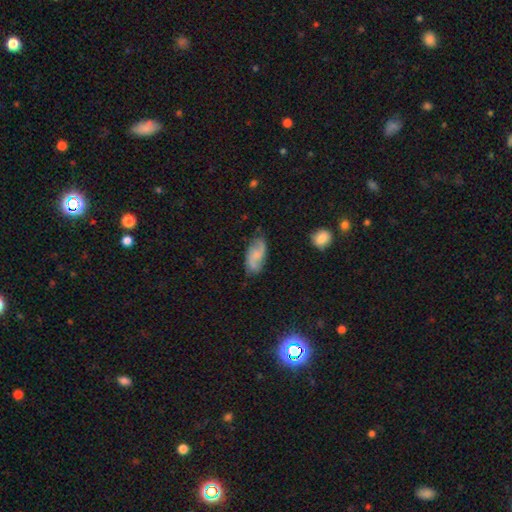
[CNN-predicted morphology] type=featured or disk (49%); merging=none (70%).